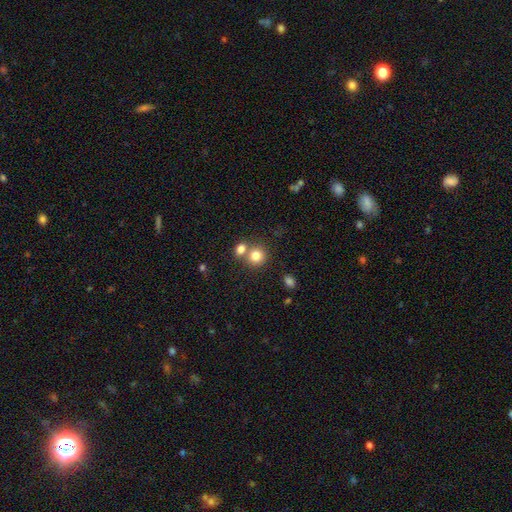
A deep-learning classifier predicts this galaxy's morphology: smooth_or_featured: smooth (p=0.80) [alt: star or artifact p=0.11]
how_rounded: round (p=0.84) [alt: in between p=0.15]
merging: none (p=0.53) [alt: merger p=0.36]